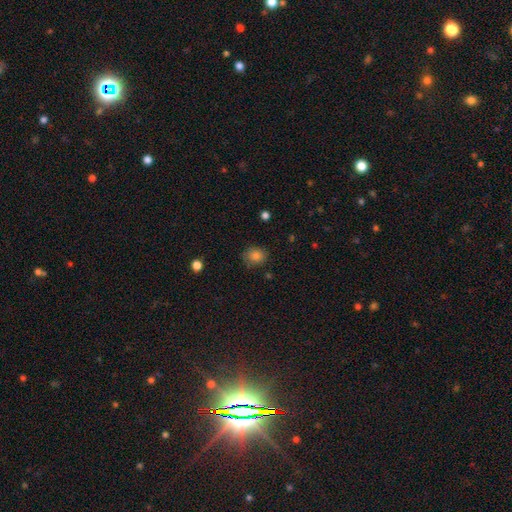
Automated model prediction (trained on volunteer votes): A smooth galaxy with no disk features (83%) that is round (65%).

Vote fractions:
- Smooth or featured? smooth: 83% / star or artifact: 11% / featured or disk: 6%
- How rounded? round: 65% / in between: 34% / cigar-shaped: 1%
- Merging? none: 80% / minor disturbance: 15% / major disturbance: 3% / merger: 1%